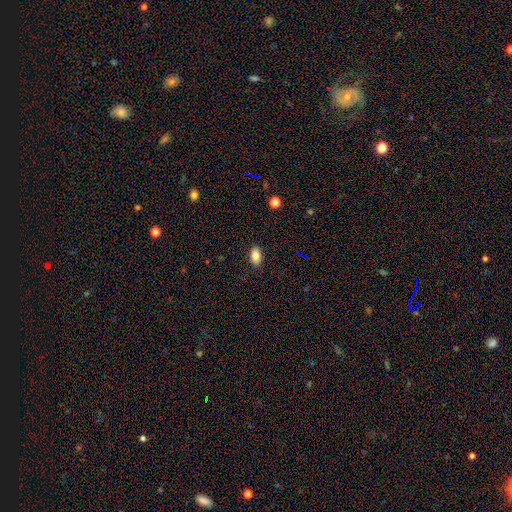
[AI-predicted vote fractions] This is clearly a smooth galaxy (84%). How rounded: clearly in between (92%). Merging: clearly none (88%).